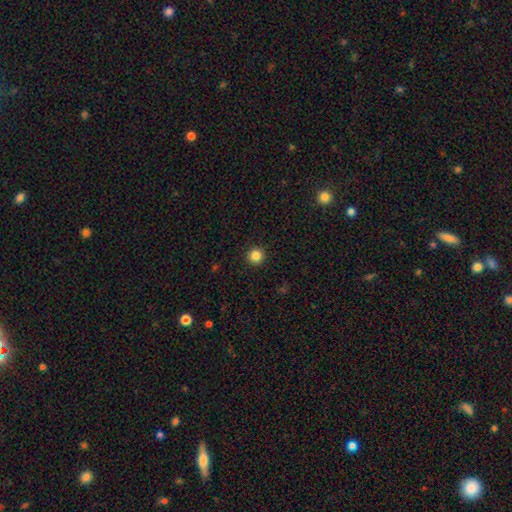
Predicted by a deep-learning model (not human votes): Smooth or featured? Predicted: smooth (p=0.85). How rounded? Predicted: round (p=0.96). Merging? Predicted: none (p=0.93).